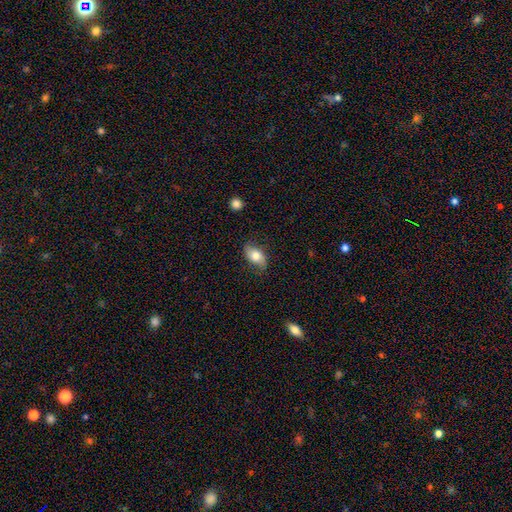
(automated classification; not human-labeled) Smooth or featured? smooth (71%)
How rounded? in between (90%)
Merging? none (73%)